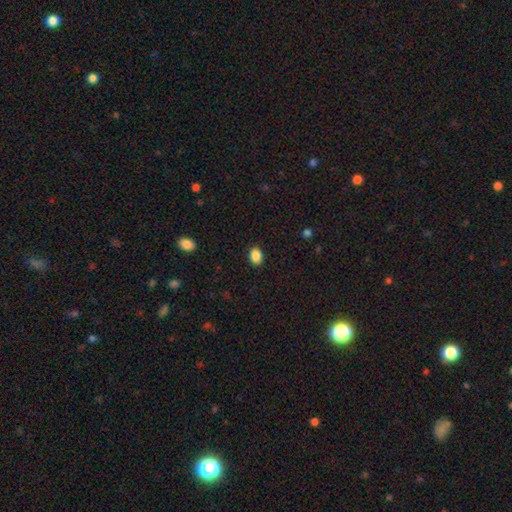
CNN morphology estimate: type=smooth (88%); roundness=in between (66%); merging=none (90%).